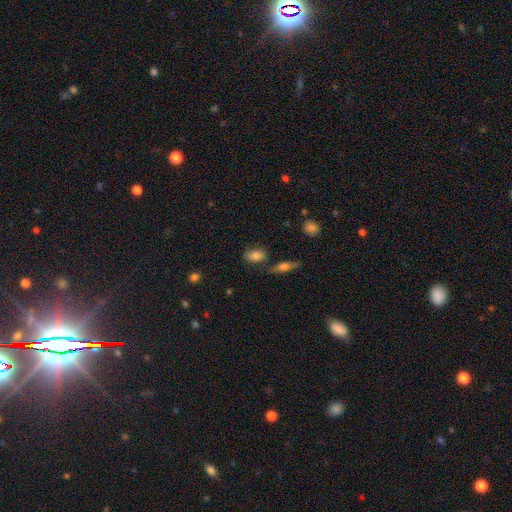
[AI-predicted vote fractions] This appears to be a smooth galaxy with no disk features (79%) that is in between round and cigar-shaped (86%). Merging: none (71%).